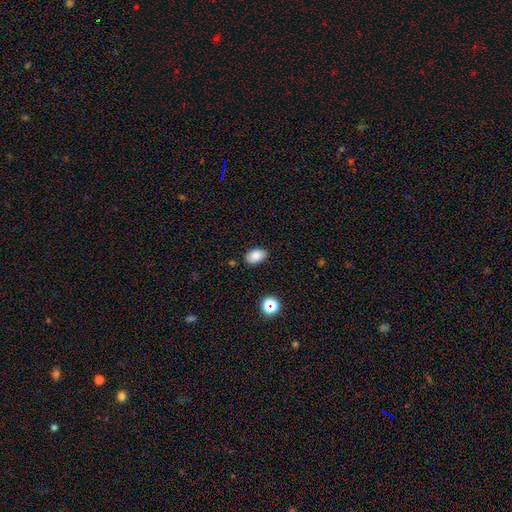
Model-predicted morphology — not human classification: This is clearly a smooth galaxy (85%). How rounded: clearly in between (89%). Merging: clearly none (86%).